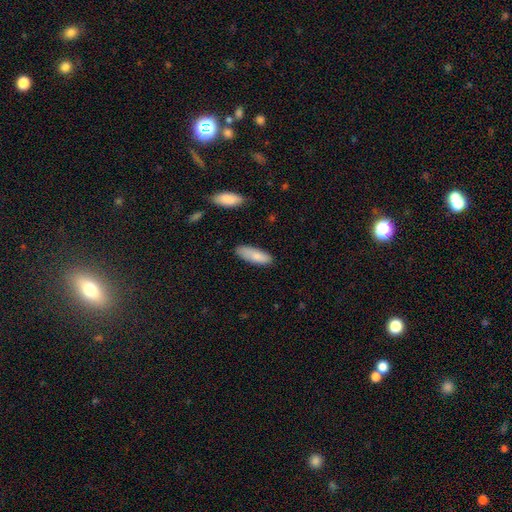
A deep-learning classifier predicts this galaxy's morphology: smooth 84%, featured or disk 10%, star or artifact 6%. Down the decision tree: how rounded — in between (60%); merging — none (77%).